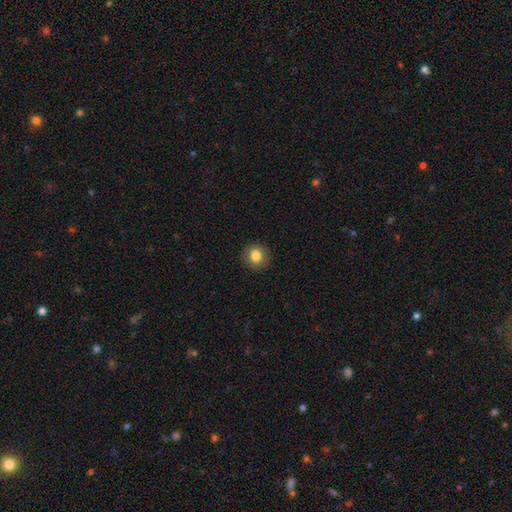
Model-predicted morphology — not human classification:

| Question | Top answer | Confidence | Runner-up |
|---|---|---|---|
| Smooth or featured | smooth | 82% | star or artifact (9%) |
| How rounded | round | 86% | in between (13%) |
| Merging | none | 90% | minor disturbance (7%) |